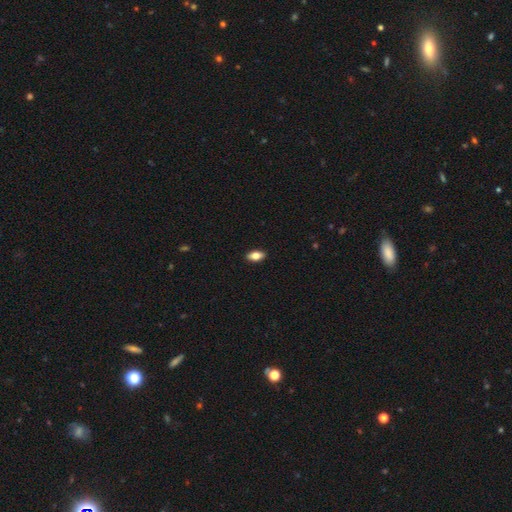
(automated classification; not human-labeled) Morphology: type=smooth (80%); roundness=in between (89%); merging=none (91%).